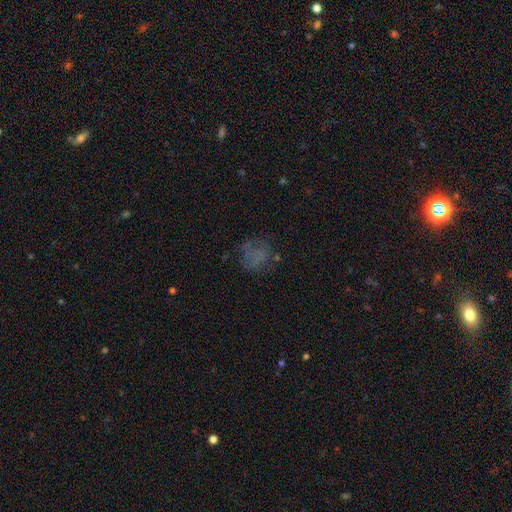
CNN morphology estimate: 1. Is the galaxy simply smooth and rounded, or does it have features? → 51% smooth, 27% featured or disk, 22% star or artifact.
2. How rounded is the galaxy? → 70% round, 29% in between, 1% cigar-shaped.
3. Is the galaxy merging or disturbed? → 59% none, 19% minor disturbance, 18% major disturbance, 3% merger.